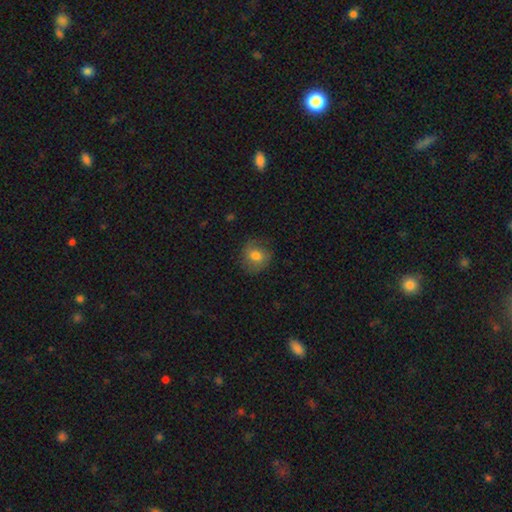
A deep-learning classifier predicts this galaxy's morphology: Overall: smooth (75%). How rounded: round (75%). Merging: none (75%).